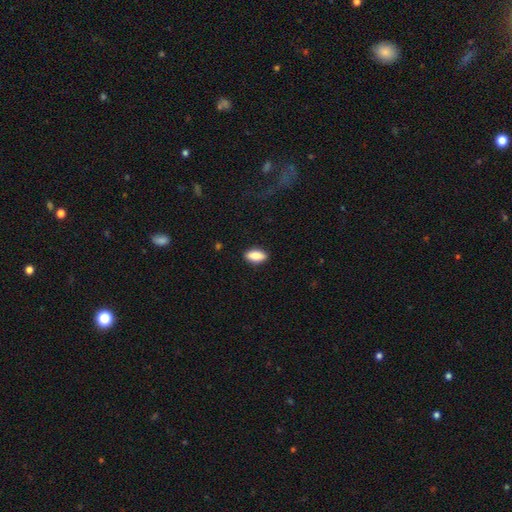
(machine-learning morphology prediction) A smooth galaxy with no disk features (85%) that is in between round and cigar-shaped (85%).

Vote fractions:
- Smooth or featured? smooth: 85% / featured or disk: 8% / star or artifact: 7%
- How rounded? in between: 85% / cigar-shaped: 12% / round: 3%
- Merging? none: 88% / minor disturbance: 9% / major disturbance: 2% / merger: 1%